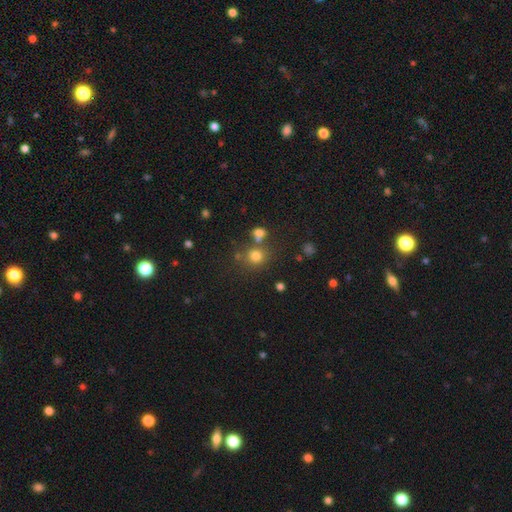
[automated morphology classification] Smooth or featured?
  - smooth: 74% *
  - star or artifact: 17%
  - featured or disk: 8%
How rounded?
  - round: 83% *
  - in between: 16%
  - cigar-shaped: 1%
Merging?
  - none: 66% *
  - merger: 19%
  - minor disturbance: 10%
  - major disturbance: 5%